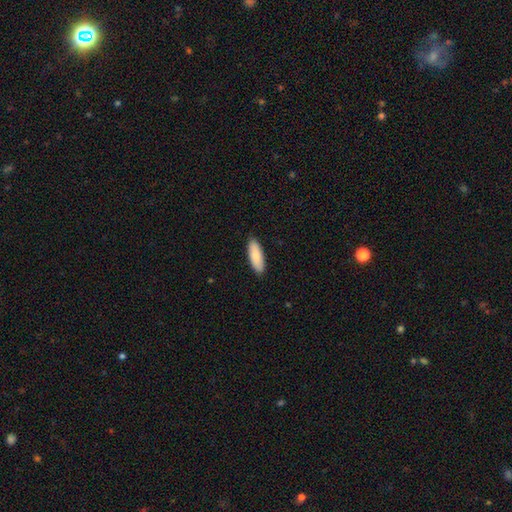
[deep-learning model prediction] This is clearly a smooth galaxy (86%). How rounded: likely in between (65%). Merging: clearly none (89%).